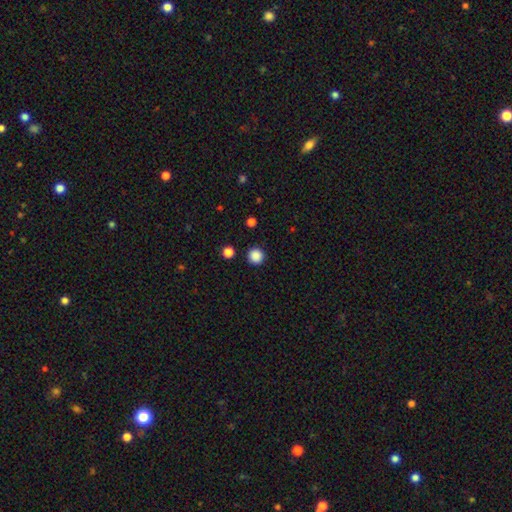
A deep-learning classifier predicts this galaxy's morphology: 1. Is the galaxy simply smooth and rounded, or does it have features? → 87% smooth, 11% star or artifact, 2% featured or disk.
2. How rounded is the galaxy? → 96% round, 3% in between, 1% cigar-shaped.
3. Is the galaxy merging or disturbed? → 91% none, 5% minor disturbance, 2% major disturbance, 2% merger.